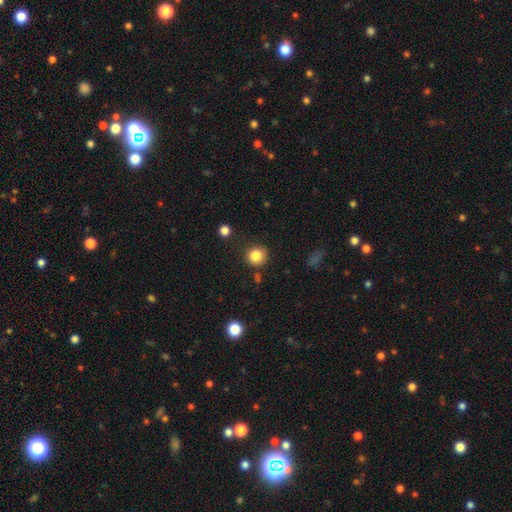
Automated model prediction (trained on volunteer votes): The model was most divided on "merging": none: 82%, minor disturbance: 11%, merger: 4%, major disturbance: 3%. More confident: how rounded — round (90%); smooth or featured — smooth (84%).